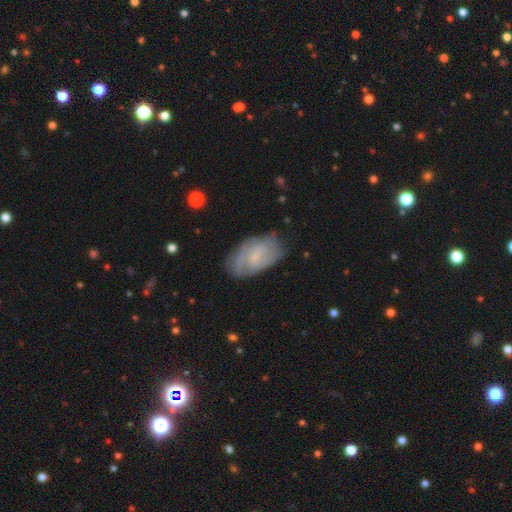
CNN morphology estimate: smooth-or-featured: featured or disk: 57% | smooth: 36% | star or artifact: 7%
  disk-edge-on: no: 95% | yes: 5%
    bar: weak: 50% | no: 41% | strong: 9%
    has-spiral-arms: yes: 80% | no: 20%
    bulge-size: small: 67% | none: 15% | moderate: 15% | large: 1% | dominant: 1%
  merging: none: 68% | minor disturbance: 23% | major disturbance: 7% | merger: 2%